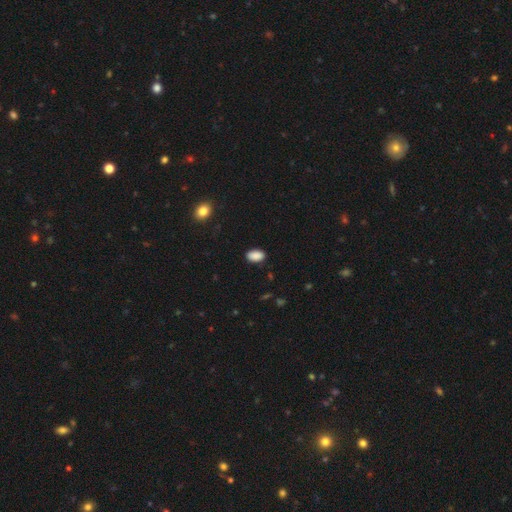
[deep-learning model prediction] smooth 89%, star or artifact 8%, featured or disk 3%. Down the decision tree: how rounded — in between (92%); merging — none (87%).